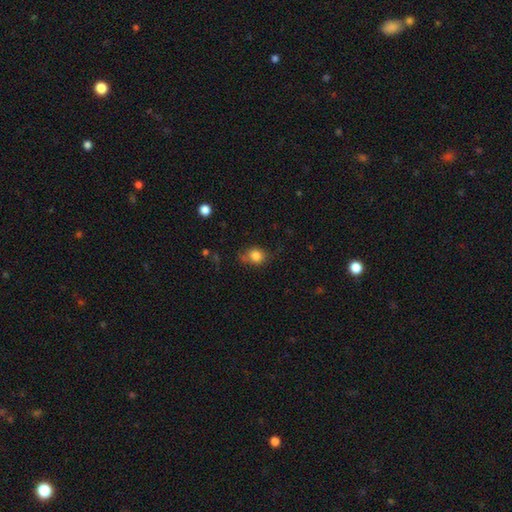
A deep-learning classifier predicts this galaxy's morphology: smooth 82%, star or artifact 10%, featured or disk 9%. Down the decision tree: how rounded — round (58%); merging — none (59%).